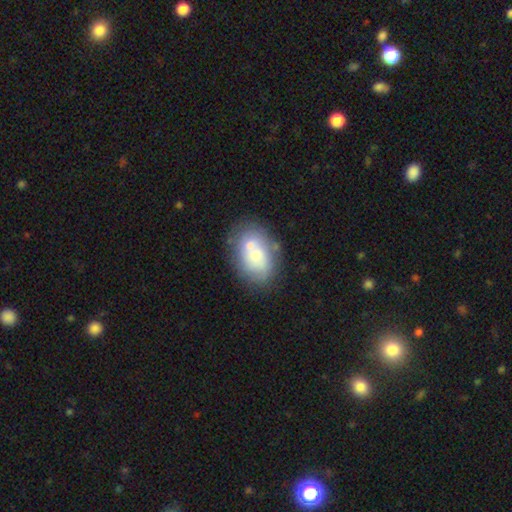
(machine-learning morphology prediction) type=smooth (61%); roundness=in between (82%); merging=none (47%).